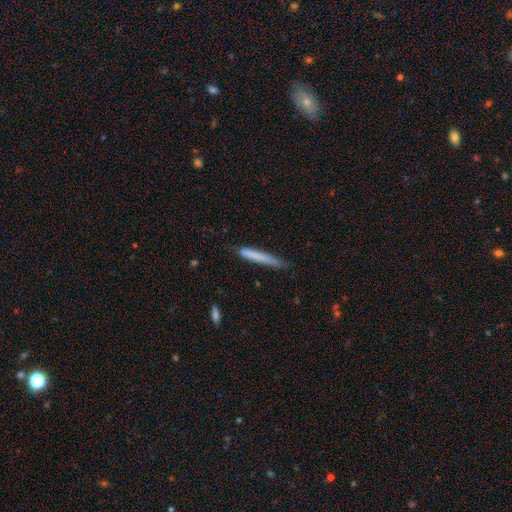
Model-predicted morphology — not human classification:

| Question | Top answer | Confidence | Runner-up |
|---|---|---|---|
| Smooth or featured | smooth | 74% | featured or disk (20%) |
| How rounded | cigar-shaped | 96% | in between (3%) |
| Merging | none | 76% | minor disturbance (19%) |